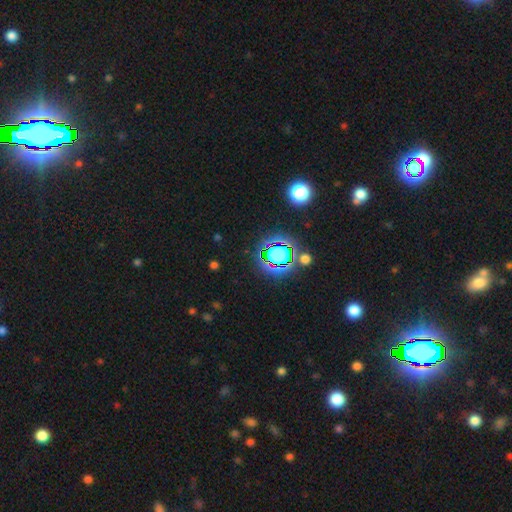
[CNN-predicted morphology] A star or artifact, not a galaxy (80%).